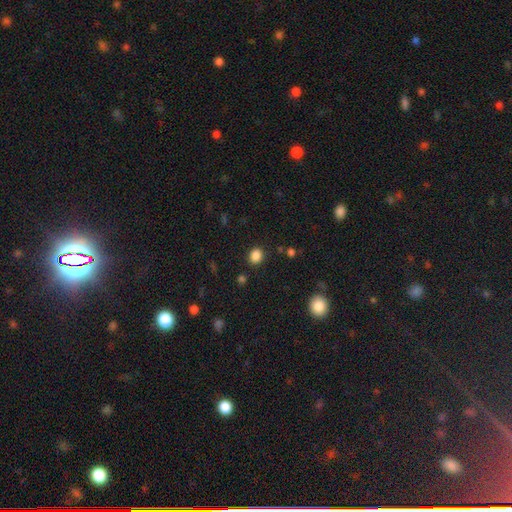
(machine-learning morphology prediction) smooth-or-featured: smooth: 85% | star or artifact: 12% | featured or disk: 3%
  how-rounded: round: 70% | in between: 29% | cigar-shaped: 1%
  merging: none: 87% | minor disturbance: 8% | major disturbance: 3% | merger: 2%